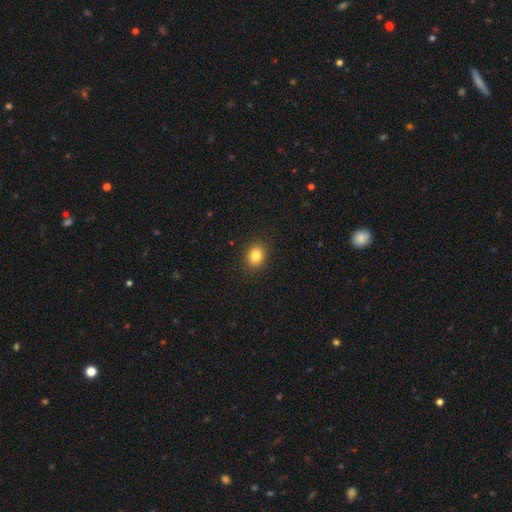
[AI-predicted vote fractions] smooth_or_featured: smooth (p=0.84) [alt: star or artifact p=0.10]
how_rounded: round (p=0.54) [alt: in between p=0.45]
merging: none (p=0.90) [alt: minor disturbance p=0.07]